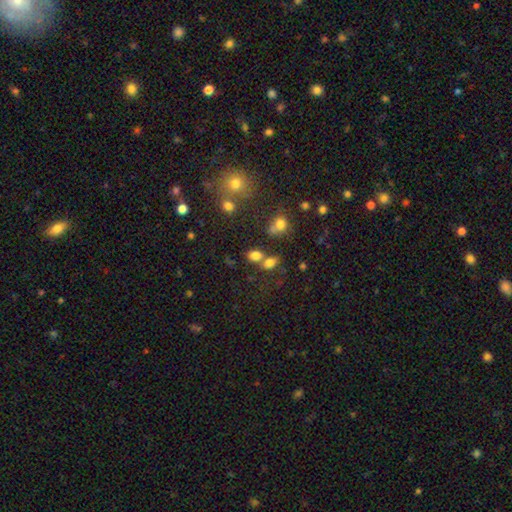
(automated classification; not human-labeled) A smooth galaxy with no disk features (77%) that is in between round and cigar-shaped (71%). Merging: none (48%).